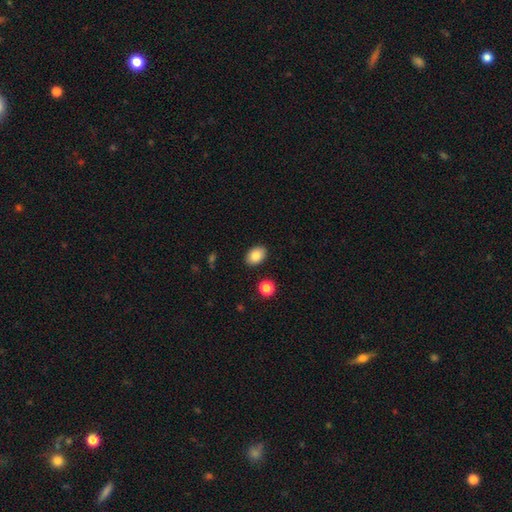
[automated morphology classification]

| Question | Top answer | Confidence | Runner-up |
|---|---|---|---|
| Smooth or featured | smooth | 84% | featured or disk (8%) |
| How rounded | in between | 83% | round (16%) |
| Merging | none | 89% | minor disturbance (8%) |